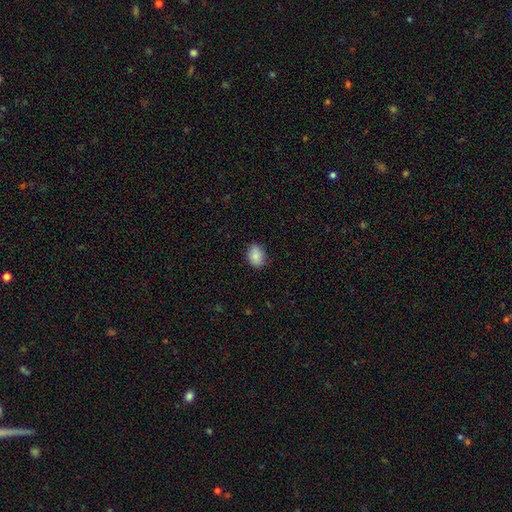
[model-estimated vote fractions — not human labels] The model was most divided on "how rounded": in between: 64%, round: 35%, cigar-shaped: 1%. More confident: smooth or featured — smooth (85%); merging — none (81%).